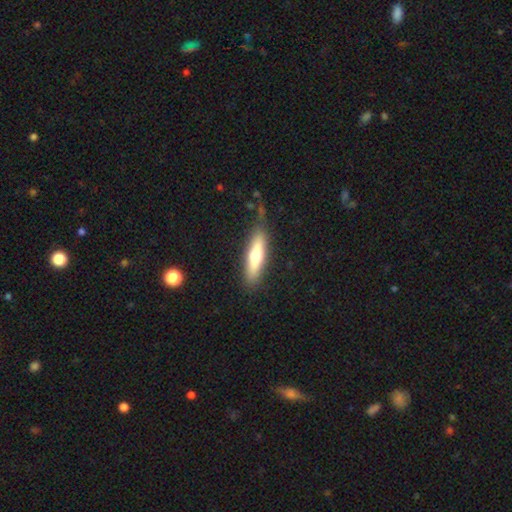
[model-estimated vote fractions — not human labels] smooth-or-featured: smooth: 55% | featured or disk: 39% | star or artifact: 6%
  how-rounded: cigar-shaped: 69% | in between: 29% | round: 2%
  merging: none: 78% | minor disturbance: 15% | major disturbance: 5% | merger: 2%